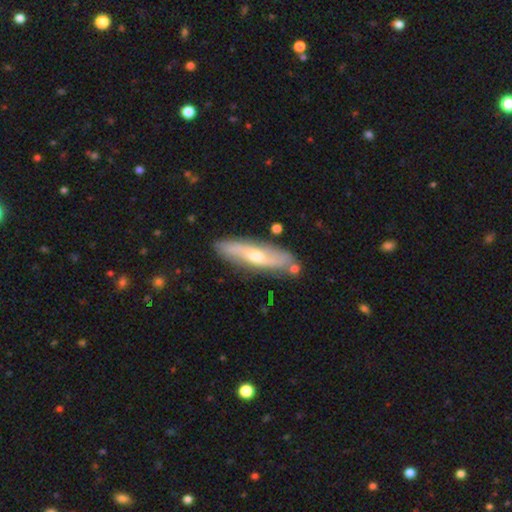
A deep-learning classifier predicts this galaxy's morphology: This appears to be a featured or disk galaxy (62%). Merging: none (80%).